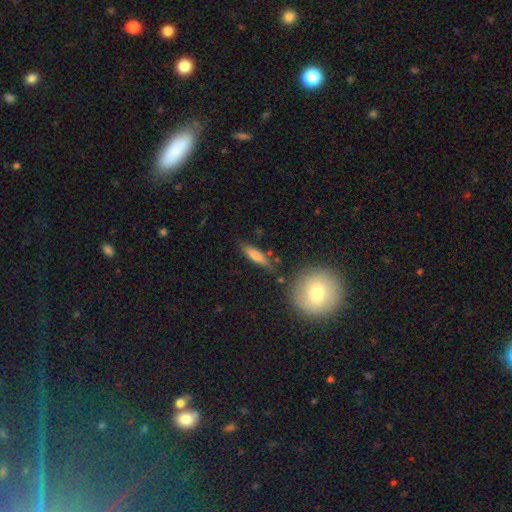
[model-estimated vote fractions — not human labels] Smooth or featured: smooth — 73% (featured or disk — 19%)
How rounded: cigar-shaped — 73% (in between — 25%)
Merging: none — 75% (minor disturbance — 16%)